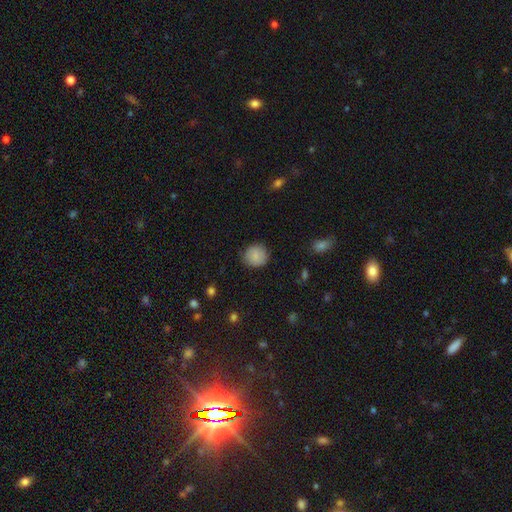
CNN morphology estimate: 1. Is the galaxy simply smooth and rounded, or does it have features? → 84% smooth, 8% star or artifact, 8% featured or disk.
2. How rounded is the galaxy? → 89% round, 10% in between, 1% cigar-shaped.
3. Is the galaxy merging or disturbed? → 83% none, 13% minor disturbance, 3% major disturbance, 1% merger.